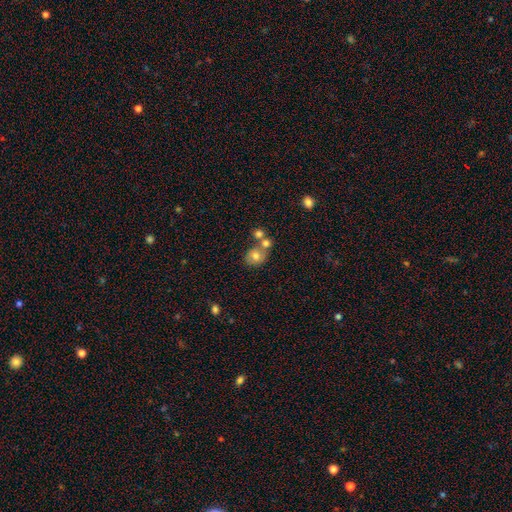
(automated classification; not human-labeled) This appears to be a smooth galaxy with no disk features (71%) that is round (67%). Merging: none (47%).